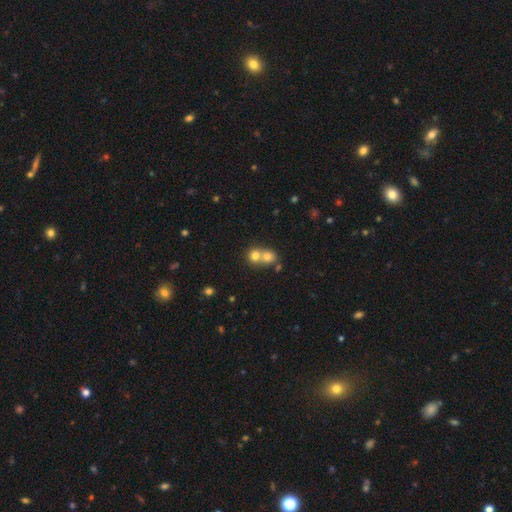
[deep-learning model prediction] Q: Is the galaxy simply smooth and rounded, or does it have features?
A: smooth — 73%.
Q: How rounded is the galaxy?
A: round — 78%.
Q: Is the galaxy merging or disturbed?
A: merger — 66%.